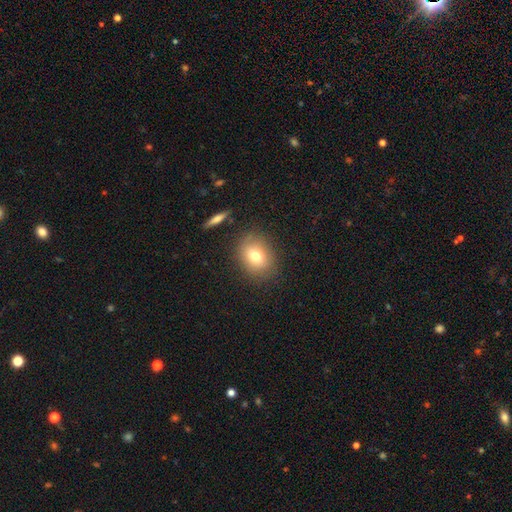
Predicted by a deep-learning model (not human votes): smooth-or-featured: smooth: 74% | featured or disk: 15% | star or artifact: 11%
  how-rounded: round: 50% | in between: 48% | cigar-shaped: 1%
  merging: none: 82% | minor disturbance: 12% | major disturbance: 4% | merger: 3%